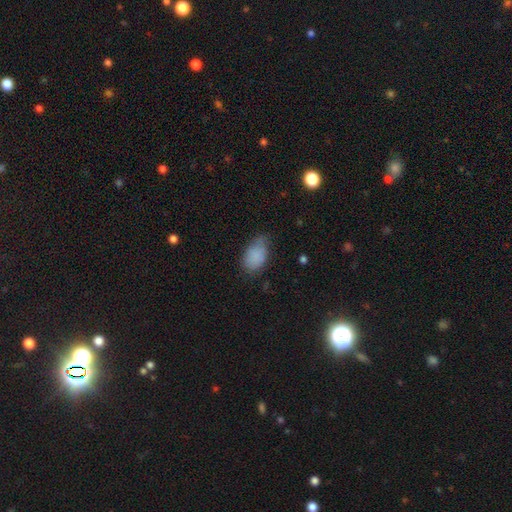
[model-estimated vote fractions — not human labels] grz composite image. It shows a smooth galaxy with no disk features (84%) that is in between round and cigar-shaped (89%). Merging: none (51%).